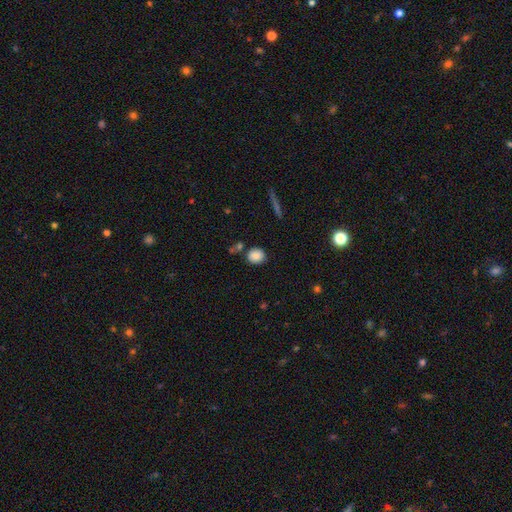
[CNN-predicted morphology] The model was most divided on "how rounded": round: 79%, in between: 20%, cigar-shaped: 1%. More confident: smooth or featured — smooth (86%); merging — none (77%).